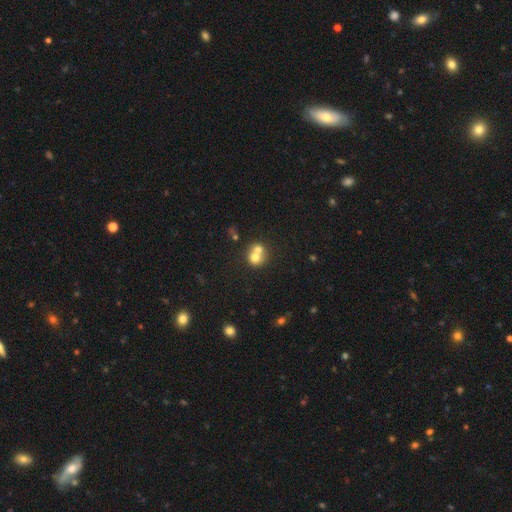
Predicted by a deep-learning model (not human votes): Smooth or featured? smooth (67%)
How rounded? round (81%)
Merging? merger (62%)